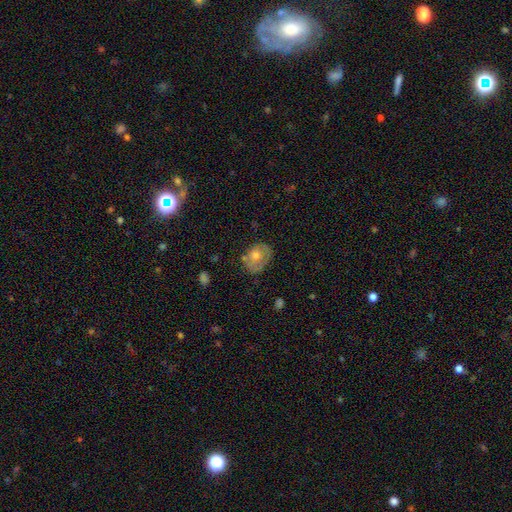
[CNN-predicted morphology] This appears to be a smooth galaxy with no disk features (52%) that is in between round and cigar-shaped (50%). Merging: none (64%).